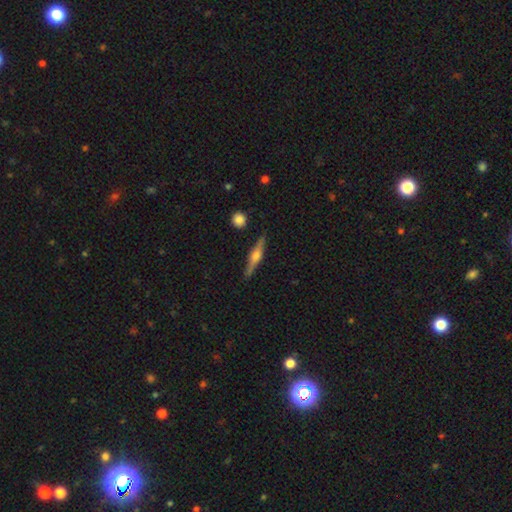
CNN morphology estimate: This is likely a featured or disk galaxy (73%). It is clearly viewed edge-on (97%). Edge-on bulge: clearly rounded (87%). Merging: clearly none (88%).